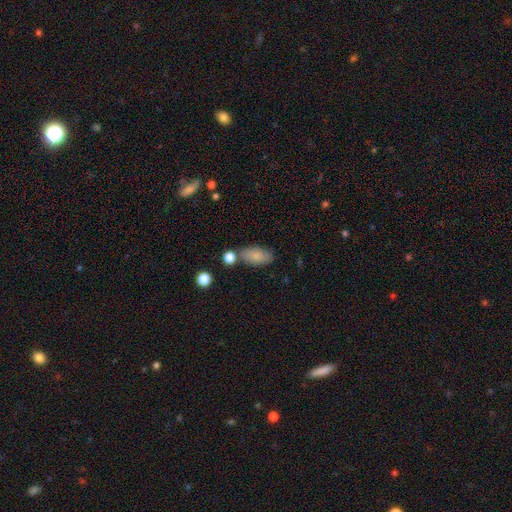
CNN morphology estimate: Smooth or featured?
  - smooth: 82% *
  - featured or disk: 10%
  - star or artifact: 8%
How rounded?
  - in between: 90% *
  - cigar-shaped: 6%
  - round: 4%
Merging?
  - none: 69% *
  - minor disturbance: 15%
  - merger: 11%
  - major disturbance: 4%